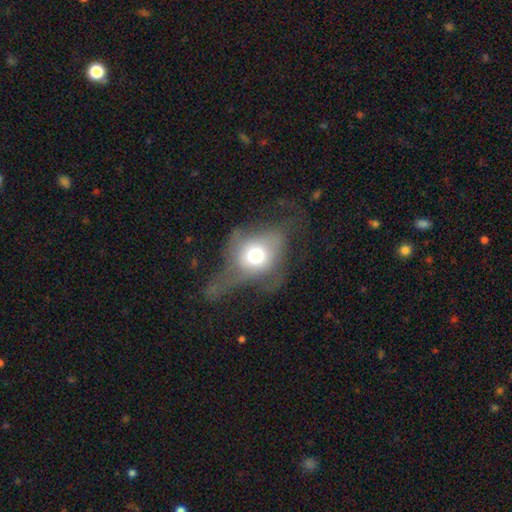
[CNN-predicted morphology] Smooth or featured? smooth (56%)
How rounded? round (54%)
Merging? major disturbance (48%)